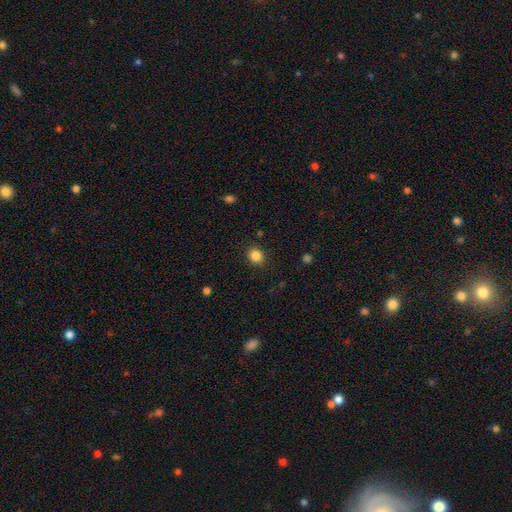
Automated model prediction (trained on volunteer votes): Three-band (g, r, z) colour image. It shows a smooth galaxy with no disk features (85%) that is round (75%). Merging: none (89%).